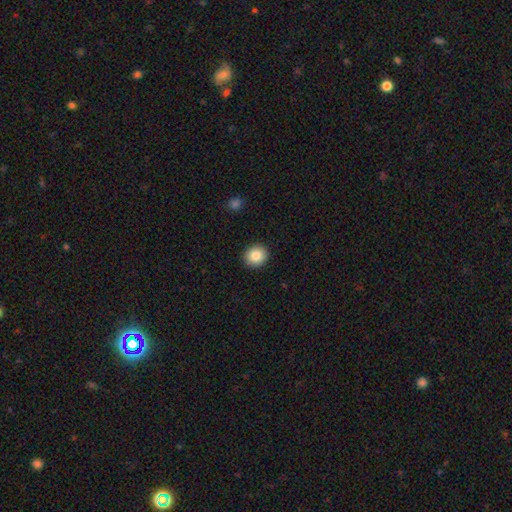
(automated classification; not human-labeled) smooth_or_featured: smooth (p=0.85) [alt: star or artifact p=0.09]
how_rounded: round (p=0.79) [alt: in between p=0.20]
merging: none (p=0.92) [alt: minor disturbance p=0.05]